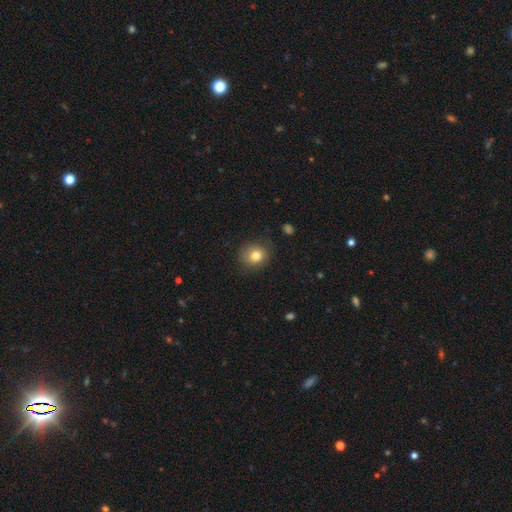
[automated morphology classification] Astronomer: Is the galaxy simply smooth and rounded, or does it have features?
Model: smooth — 80%.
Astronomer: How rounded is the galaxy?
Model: round — 77%.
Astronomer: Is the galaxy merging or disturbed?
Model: none — 79%.